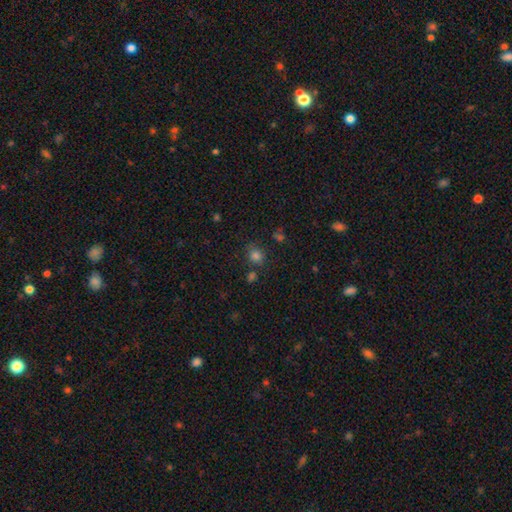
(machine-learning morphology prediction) A smooth galaxy with no disk features (78%) that is round (76%). Merging: none (73%).